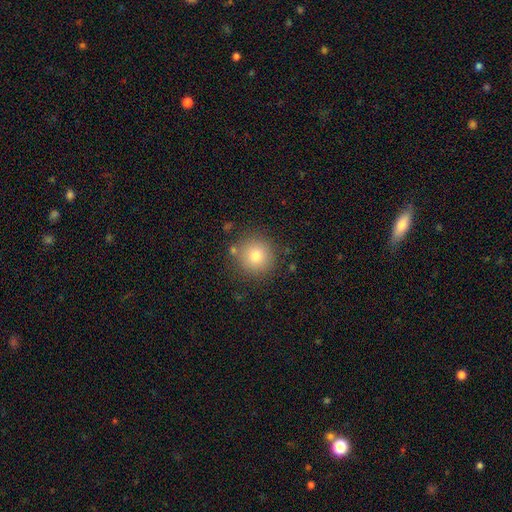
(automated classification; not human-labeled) smooth_or_featured: smooth (p=0.77) [alt: star or artifact p=0.13]
how_rounded: round (p=0.95) [alt: in between p=0.05]
merging: none (p=0.85) [alt: minor disturbance p=0.08]